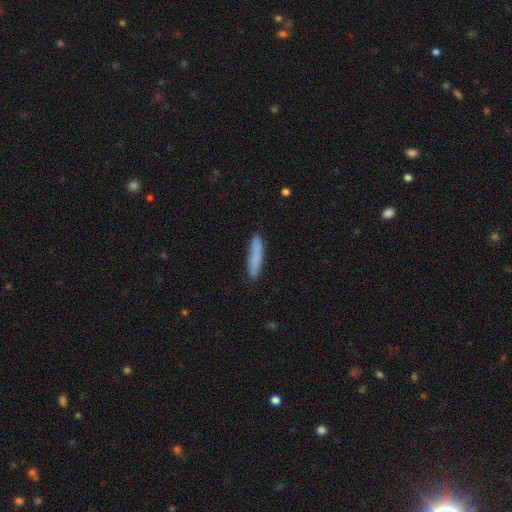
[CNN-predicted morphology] Smooth or featured?
  - smooth: 78% *
  - featured or disk: 15%
  - star or artifact: 7%
How rounded?
  - cigar-shaped: 89% *
  - in between: 9%
  - round: 1%
Merging?
  - none: 81% *
  - minor disturbance: 14%
  - major disturbance: 3%
  - merger: 2%